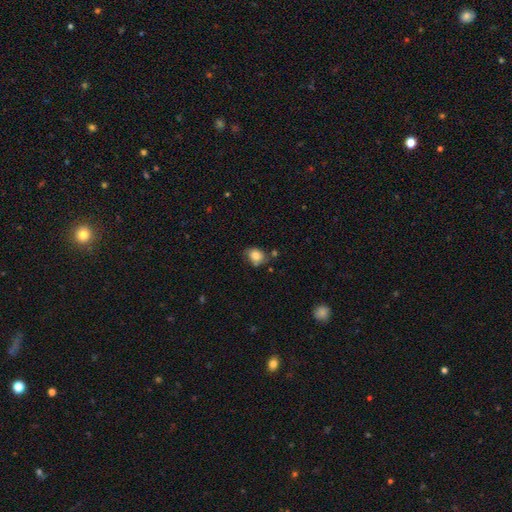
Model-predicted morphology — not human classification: smooth 82%, star or artifact 9%, featured or disk 8%. Down the decision tree: how rounded — in between (53%); merging — none (62%).